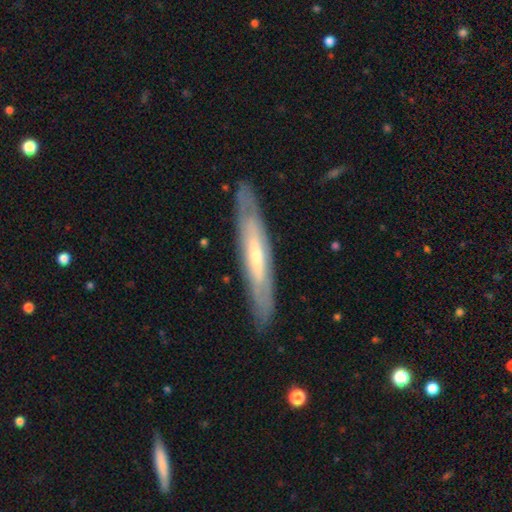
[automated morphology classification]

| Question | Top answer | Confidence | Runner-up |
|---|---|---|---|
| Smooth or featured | featured or disk | 64% | smooth (30%) |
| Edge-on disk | yes | 65% | no (35%) |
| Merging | none | 86% | minor disturbance (10%) |